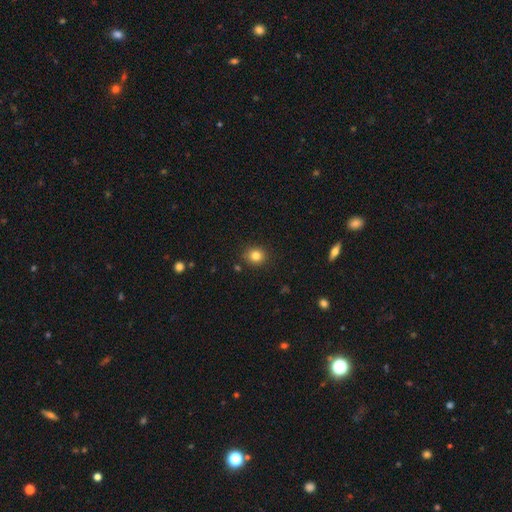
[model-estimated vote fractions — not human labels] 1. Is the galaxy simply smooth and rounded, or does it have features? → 82% smooth, 12% star or artifact, 6% featured or disk.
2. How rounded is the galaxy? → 84% round, 16% in between, 1% cigar-shaped.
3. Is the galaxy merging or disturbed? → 88% none, 8% minor disturbance, 2% major disturbance, 2% merger.